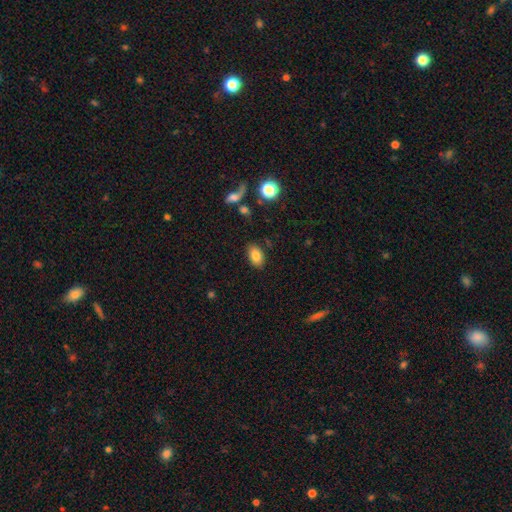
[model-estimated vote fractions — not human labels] Smooth or featured? Predicted: smooth (p=0.81). How rounded? Predicted: in between (p=0.88). Merging? Predicted: none (p=0.86).